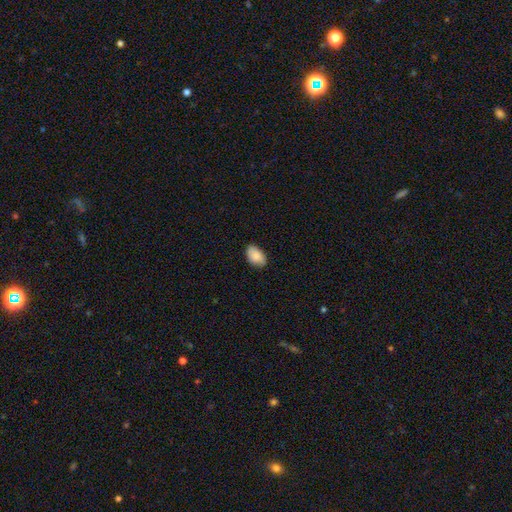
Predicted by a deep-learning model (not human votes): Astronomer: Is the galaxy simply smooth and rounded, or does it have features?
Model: smooth — 87%.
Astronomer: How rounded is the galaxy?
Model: in between — 92%.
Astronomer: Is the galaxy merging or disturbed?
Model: none — 83%.